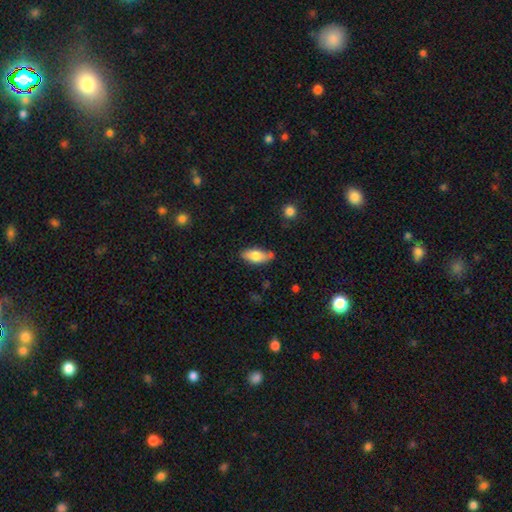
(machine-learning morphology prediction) Smooth or featured: smooth — 75% (featured or disk — 19%)
How rounded: in between — 85% (cigar-shaped — 12%)
Merging: none — 73% (minor disturbance — 18%)